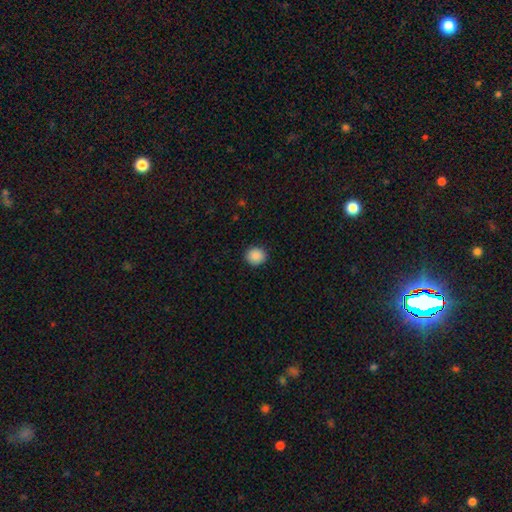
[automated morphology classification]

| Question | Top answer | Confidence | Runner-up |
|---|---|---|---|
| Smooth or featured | smooth | 88% | star or artifact (9%) |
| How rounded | round | 87% | in between (12%) |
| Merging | none | 91% | minor disturbance (6%) |